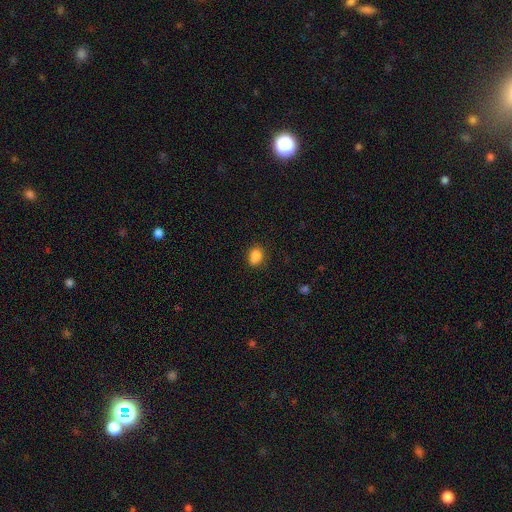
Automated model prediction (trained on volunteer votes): Smooth or featured: smooth — 84% (star or artifact — 10%)
How rounded: in between — 56% (round — 43%)
Merging: none — 69% (minor disturbance — 21%)